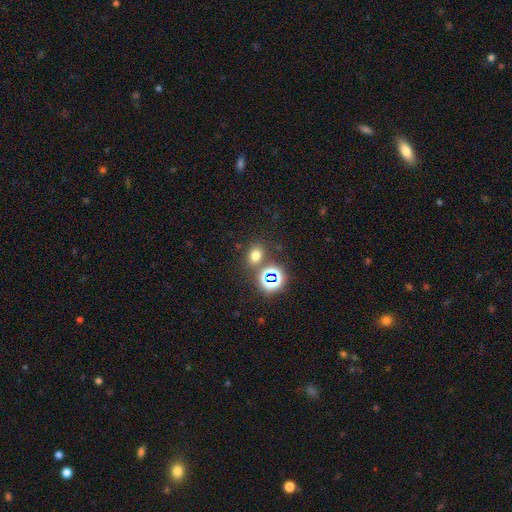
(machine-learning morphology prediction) Smooth or featured?
  - smooth: 66% *
  - star or artifact: 26%
  - featured or disk: 8%
How rounded?
  - in between: 51% *
  - round: 48%
  - cigar-shaped: 1%
Merging?
  - none: 75% *
  - merger: 12%
  - minor disturbance: 10%
  - major disturbance: 4%